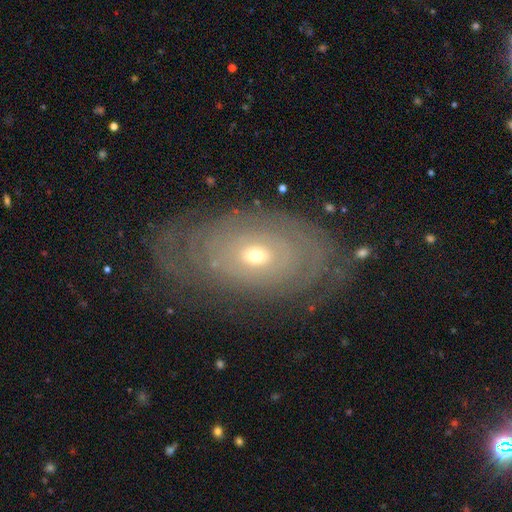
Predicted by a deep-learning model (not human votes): featured or disk 74%, smooth 19%, star or artifact 8%. Down the decision tree: edge-on disk — no (93%); bar — no (81%); spiral arms — yes (70%); bulge size — small (58%); merging — none (74%).